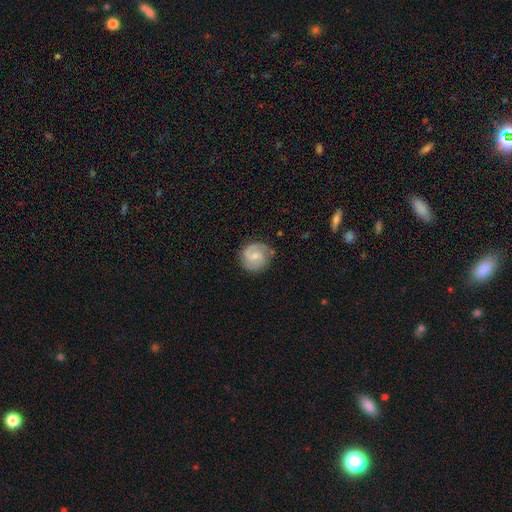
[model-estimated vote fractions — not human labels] Smooth or featured? featured or disk (82%)
Edge-on disk? no (98%)
Bar? weak (50%)
Spiral arms? yes (97%)
Spiral winding? medium (49%)
Spiral arm count? 2 (89%)
Bulge size? small (51%)
Merging? none (82%)